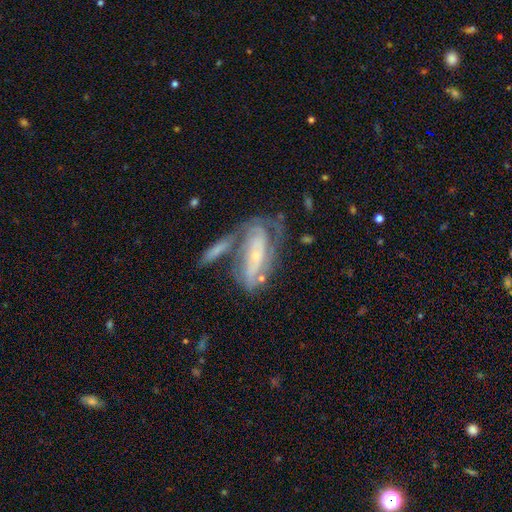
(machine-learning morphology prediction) Smooth or featured: featured or disk — 78% (smooth — 16%)
Edge-on disk: no — 90% (yes — 10%)
Bar: no — 51% (weak — 29%)
Spiral arms: yes — 87% (no — 13%)
Spiral winding: tight — 56% (medium — 33%)
Spiral arm count: 2 — 45% (can't tell — 34%)
Bulge size: small — 72% (moderate — 23%)
Merging: none — 38% (merger — 29%)